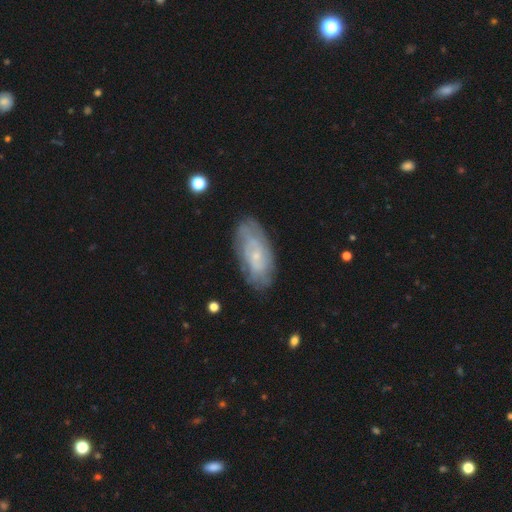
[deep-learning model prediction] The model was most divided on "smooth or featured": featured or disk: 65%, smooth: 28%, star or artifact: 7%. More confident: edge-on disk — no (91%); spiral arms — yes (79%); bulge size — small (78%); merging — none (75%); bar — no (71%).